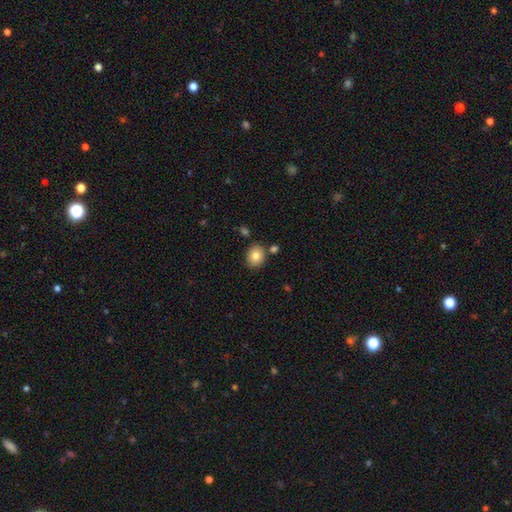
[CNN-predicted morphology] A smooth galaxy with no disk features (83%) that is round (53%). Merging: none (81%).